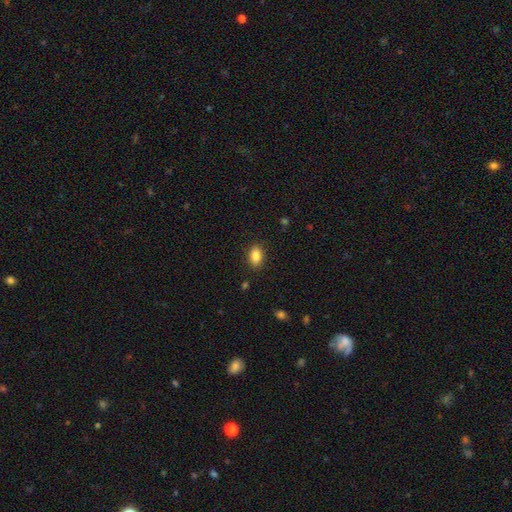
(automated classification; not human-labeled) Smooth or featured?
  - smooth: 86% *
  - star or artifact: 8%
  - featured or disk: 5%
How rounded?
  - in between: 86% *
  - round: 12%
  - cigar-shaped: 2%
Merging?
  - none: 87% *
  - minor disturbance: 9%
  - major disturbance: 3%
  - merger: 1%